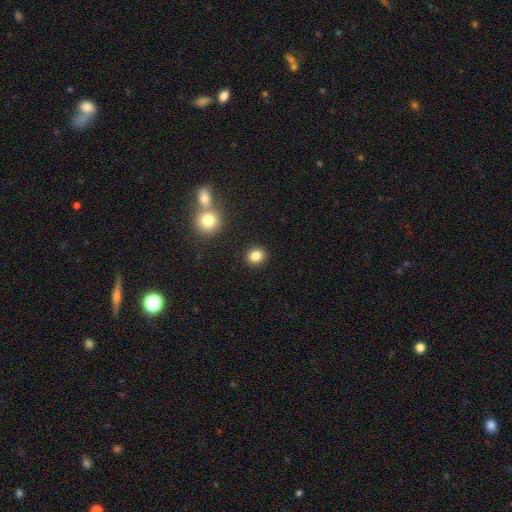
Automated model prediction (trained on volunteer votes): The model was most divided on "how rounded": round: 76%, in between: 23%, cigar-shaped: 1%. More confident: merging — none (89%); smooth or featured — smooth (84%).